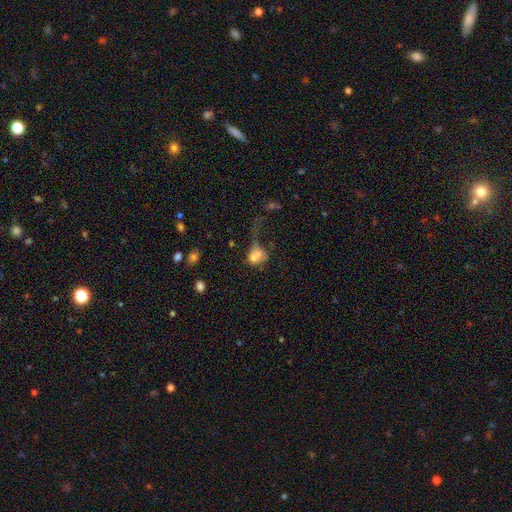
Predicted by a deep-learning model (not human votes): Overall: smooth (65%). How rounded: in between (58%; round 40%). Merging: merger (37%; major disturbance 32%).